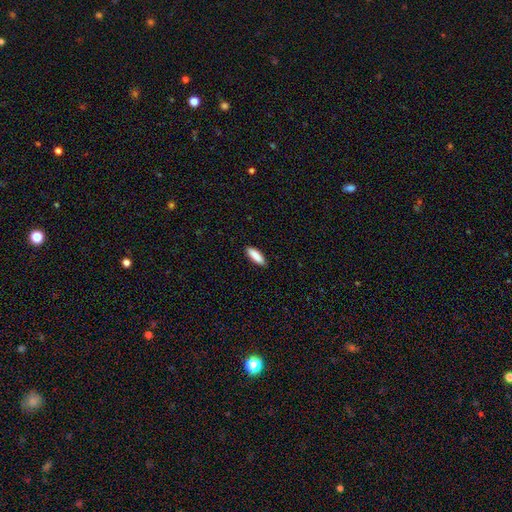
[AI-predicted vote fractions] This is clearly a smooth galaxy (89%). How rounded: possibly in between (51%). Merging: clearly none (89%).